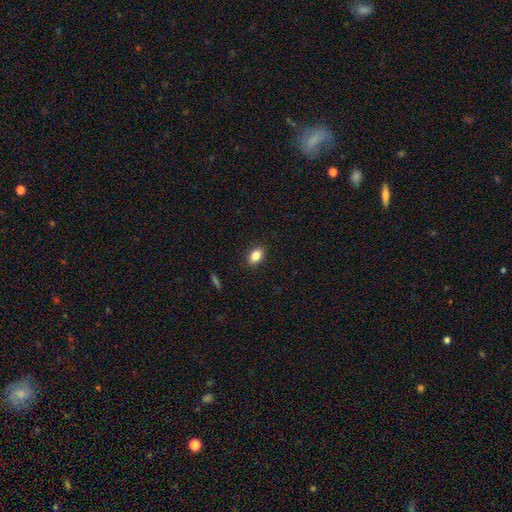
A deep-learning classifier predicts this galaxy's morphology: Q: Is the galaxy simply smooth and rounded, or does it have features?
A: smooth — 84%.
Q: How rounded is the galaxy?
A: in between — 85%.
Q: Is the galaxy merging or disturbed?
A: none — 88%.